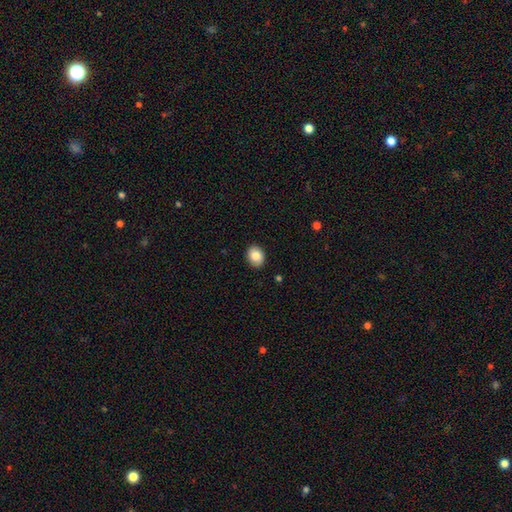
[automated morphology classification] The model was most divided on "how rounded": in between: 54%, round: 45%, cigar-shaped: 1%. More confident: merging — none (89%); smooth or featured — smooth (86%).